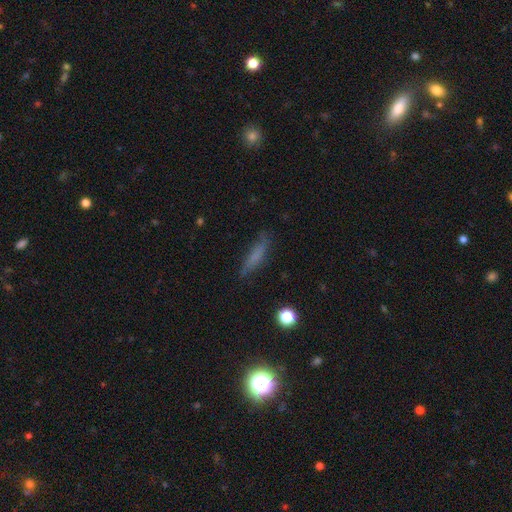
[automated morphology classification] This is likely a smooth galaxy (64%). How rounded: likely cigar-shaped (78%). Merging: likely none (73%).